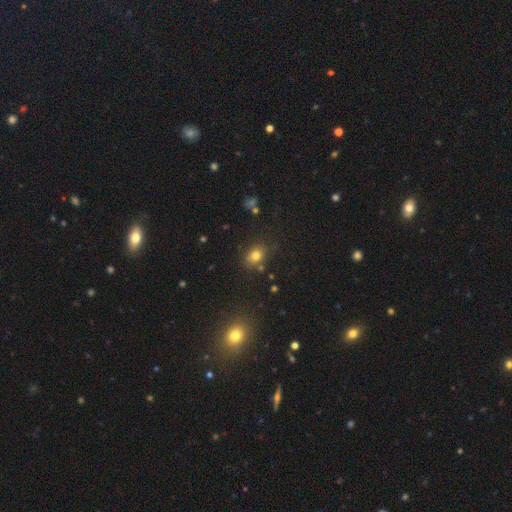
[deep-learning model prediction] Smooth or featured: smooth — 76% (star or artifact — 16%)
How rounded: in between — 51% (round — 47%)
Merging: none — 77% (minor disturbance — 14%)